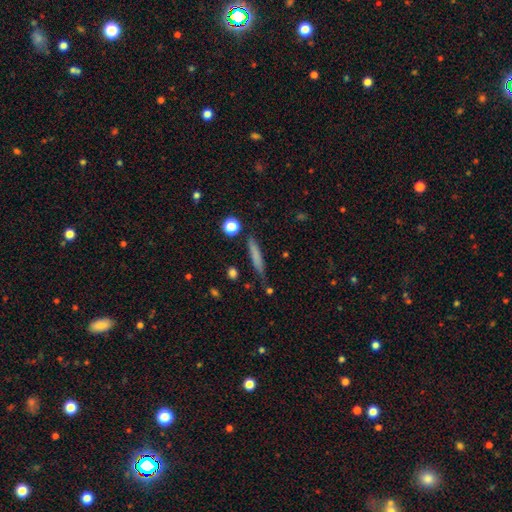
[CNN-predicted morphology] This appears to be a smooth galaxy with no disk features (72%) that is cigar-shaped (90%). Merging: none (75%).